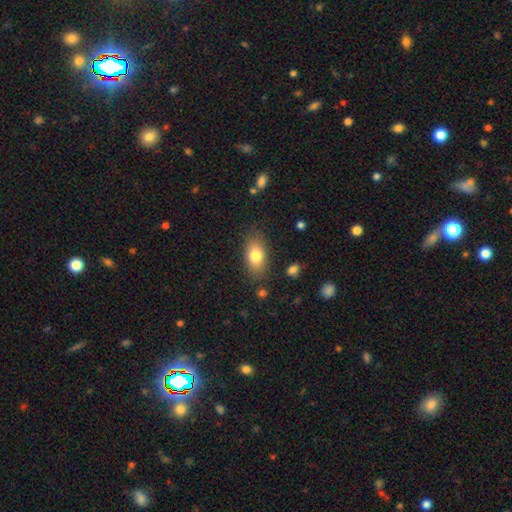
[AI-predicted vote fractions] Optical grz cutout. It shows a smooth galaxy with no disk features (78%) that is in between round and cigar-shaped (87%). Merging: none (82%).